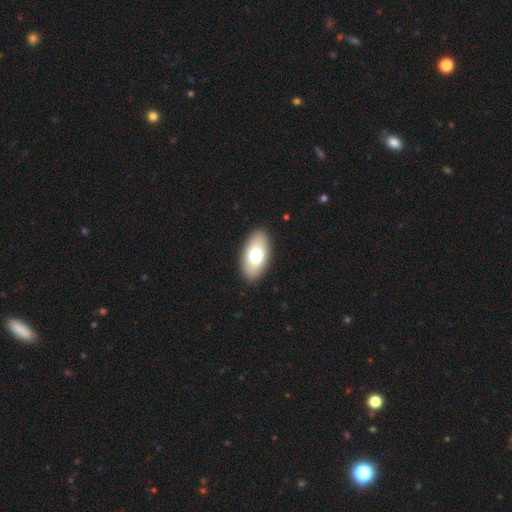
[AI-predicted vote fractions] Morphology: type=smooth (71%); roundness=in between (93%); merging=none (90%).